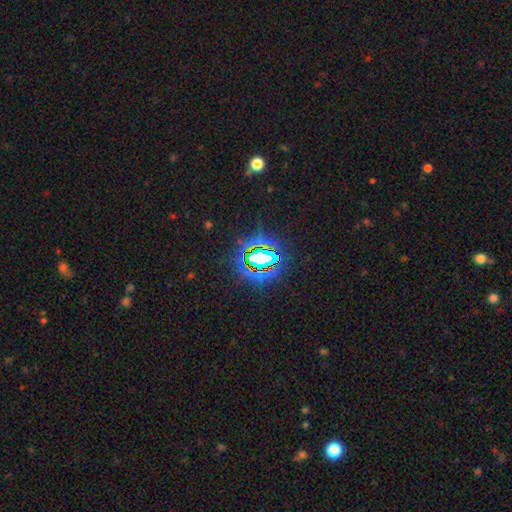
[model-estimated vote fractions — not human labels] star or artifact 74%, smooth 14%, featured or disk 11%.